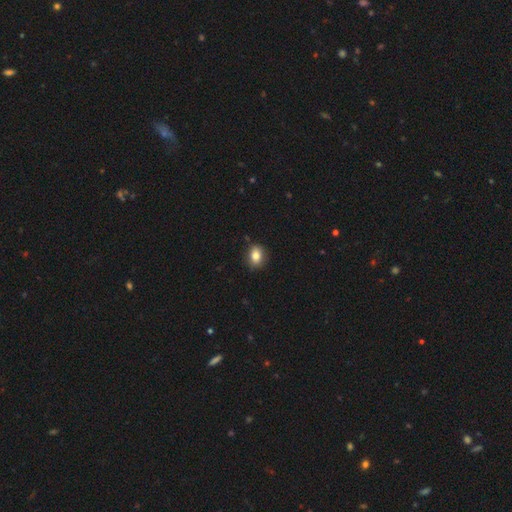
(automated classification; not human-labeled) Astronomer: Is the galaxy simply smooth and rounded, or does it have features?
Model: smooth — 82%.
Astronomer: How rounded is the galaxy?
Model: in between — 59% (runner-up: round, 40%).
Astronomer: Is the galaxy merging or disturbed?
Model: none — 85%.